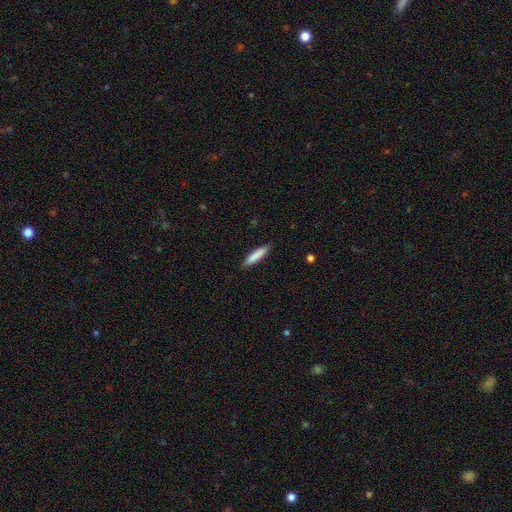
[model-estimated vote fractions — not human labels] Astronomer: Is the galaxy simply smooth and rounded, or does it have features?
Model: smooth — 83%.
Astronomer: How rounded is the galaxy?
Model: cigar-shaped — 85%.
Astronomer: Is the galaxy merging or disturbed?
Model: none — 87%.